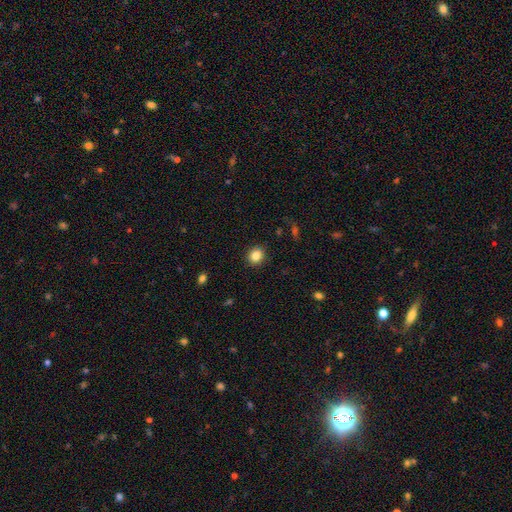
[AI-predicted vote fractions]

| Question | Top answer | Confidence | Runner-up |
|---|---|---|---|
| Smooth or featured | smooth | 86% | star or artifact (10%) |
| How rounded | round | 73% | in between (26%) |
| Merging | none | 90% | minor disturbance (7%) |